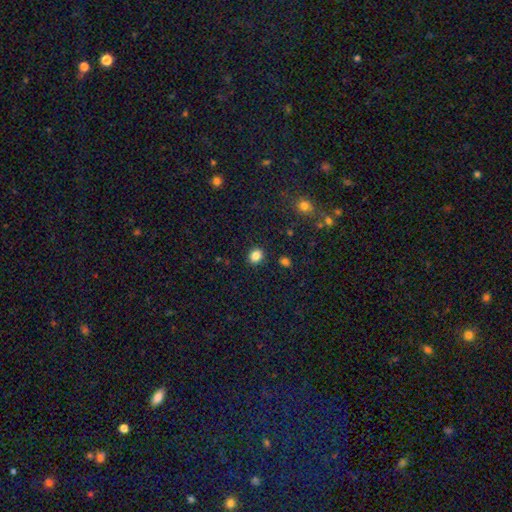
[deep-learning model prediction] This is clearly a smooth galaxy (84%). How rounded: likely round (62%). Merging: clearly none (88%).